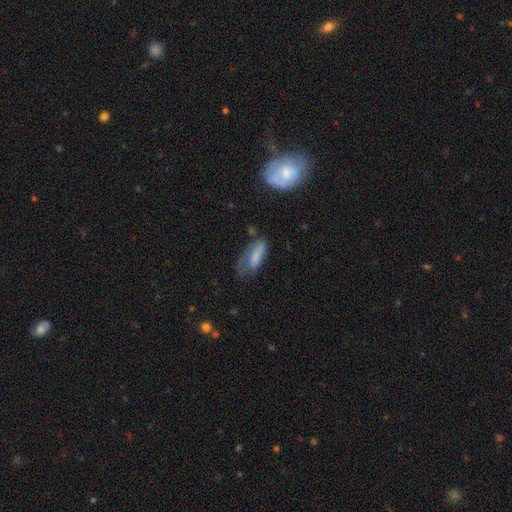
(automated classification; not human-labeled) smooth 73%, featured or disk 18%, star or artifact 9%. Down the decision tree: how rounded — in between (69%); merging — none (34%).